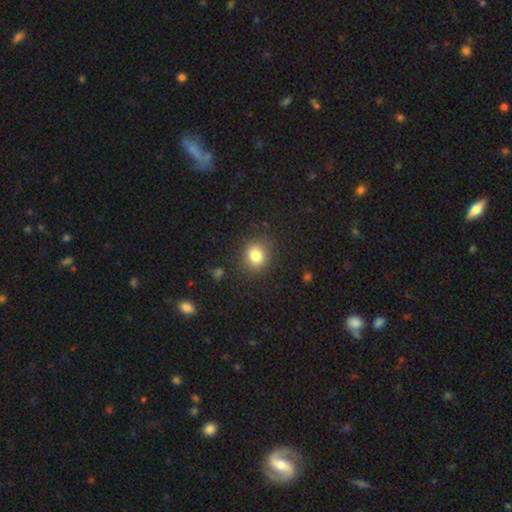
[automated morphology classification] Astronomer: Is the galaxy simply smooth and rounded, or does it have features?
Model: smooth — 82%.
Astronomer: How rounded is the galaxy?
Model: round — 74%.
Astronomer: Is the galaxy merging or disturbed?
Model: none — 86%.